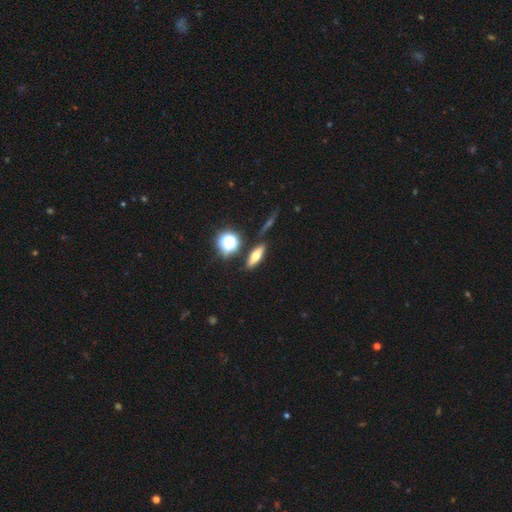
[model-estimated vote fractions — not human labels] Morphology: type=smooth (53%); roundness=in between (45%); merging=none (81%).